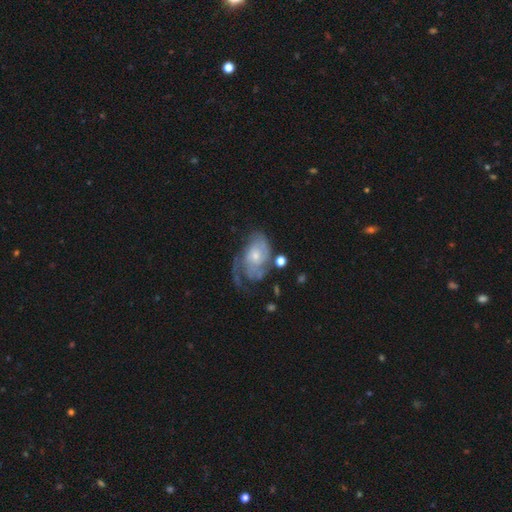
Q: Smooth or featured?
A: featured or disk (72%); runner-up: smooth (25%)
Q: Edge-on disk?
A: no (100%)
Q: Bar?
A: no (59%); runner-up: weak (38%)
Q: Spiral arms?
A: yes (76%); runner-up: no (24%)
Q: Spiral winding?
A: medium (55%); runner-up: tight (36%)
Q: Spiral arm count?
A: 2 (68%); runner-up: can't tell (27%)
Q: Bulge size?
A: small (72%); runner-up: moderate (21%)
Q: Merging?
A: major disturbance (64%); runner-up: none (18%)